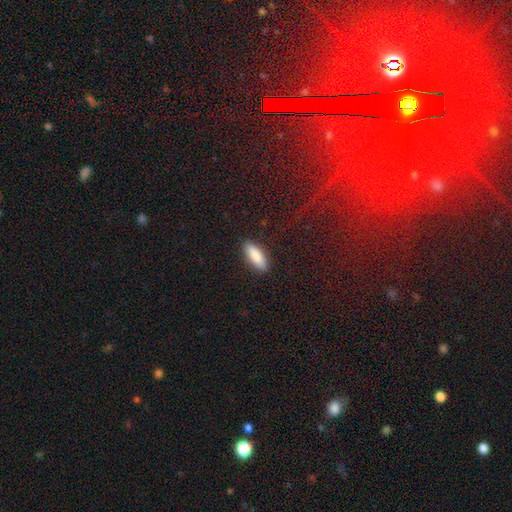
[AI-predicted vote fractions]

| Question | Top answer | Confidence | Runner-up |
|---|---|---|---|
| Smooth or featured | smooth | 88% | featured or disk (6%) |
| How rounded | in between | 66% | cigar-shaped (32%) |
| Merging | none | 89% | minor disturbance (8%) |